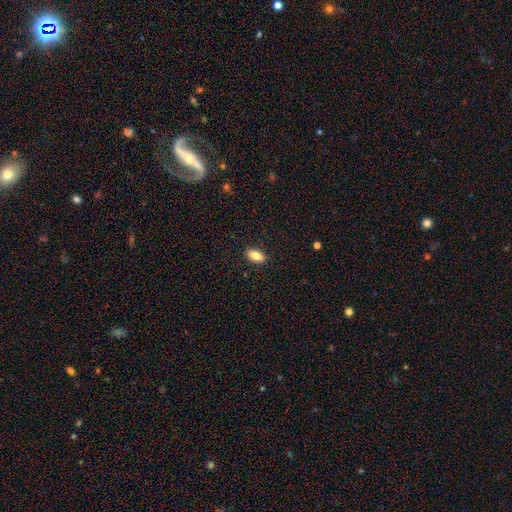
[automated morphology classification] Q: Smooth or featured?
A: smooth (82%); runner-up: featured or disk (11%)
Q: How rounded?
A: in between (89%); runner-up: cigar-shaped (5%)
Q: Merging?
A: none (89%); runner-up: minor disturbance (8%)